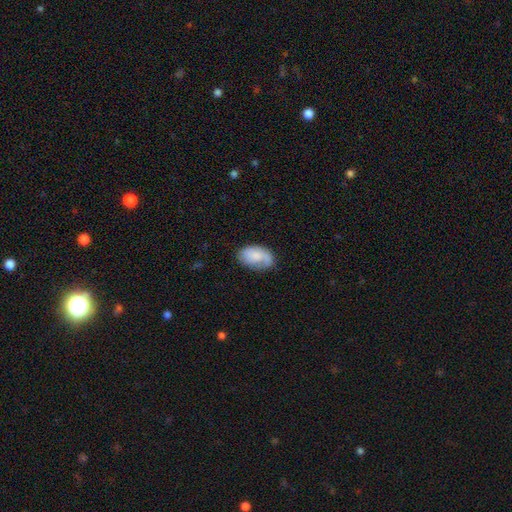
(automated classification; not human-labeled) Overall: smooth (62%; featured or disk 31%). How rounded: in between (92%). Merging: none (60%; minor disturbance 27%).